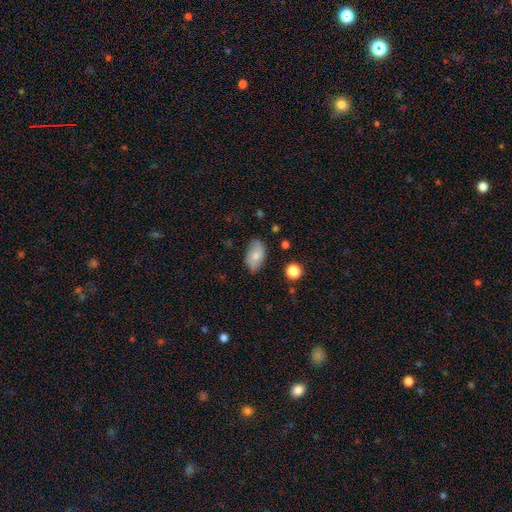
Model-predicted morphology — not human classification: Overall: smooth (71%). How rounded: in between (91%). Merging: none (75%).